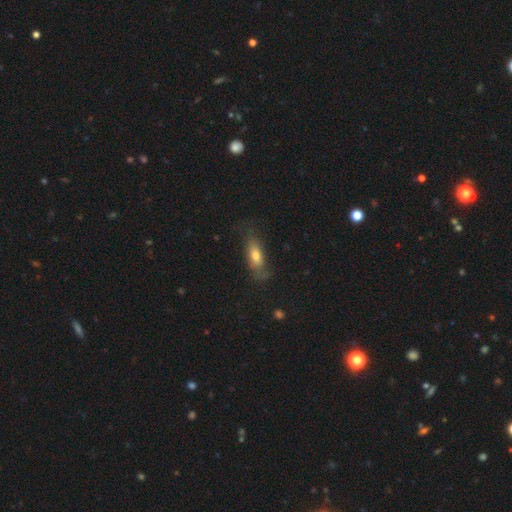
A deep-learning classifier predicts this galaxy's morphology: A smooth galaxy with no disk features (59%) that is in between round and cigar-shaped (64%).

Vote fractions:
- Smooth or featured? smooth: 59% / featured or disk: 30% / star or artifact: 11%
- How rounded? in between: 64% / cigar-shaped: 32% / round: 5%
- Merging? none: 64% / minor disturbance: 24% / major disturbance: 11% / merger: 2%